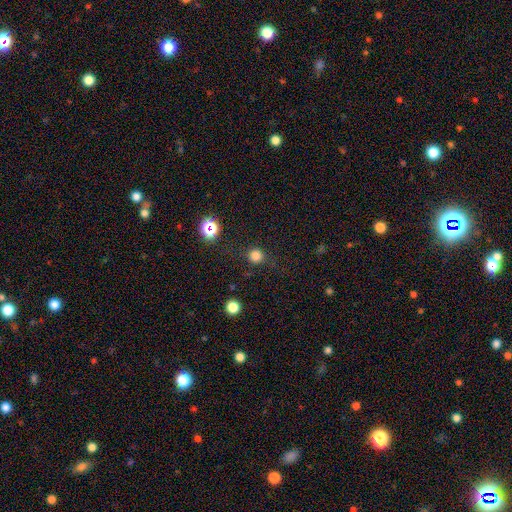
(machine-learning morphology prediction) Smooth or featured? smooth (80%)
How rounded? round (93%)
Merging? none (86%)